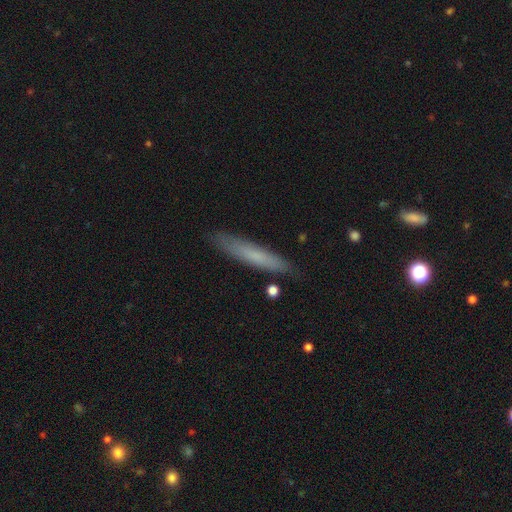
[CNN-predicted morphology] Smooth or featured? smooth (68%)
How rounded? cigar-shaped (92%)
Merging? none (85%)